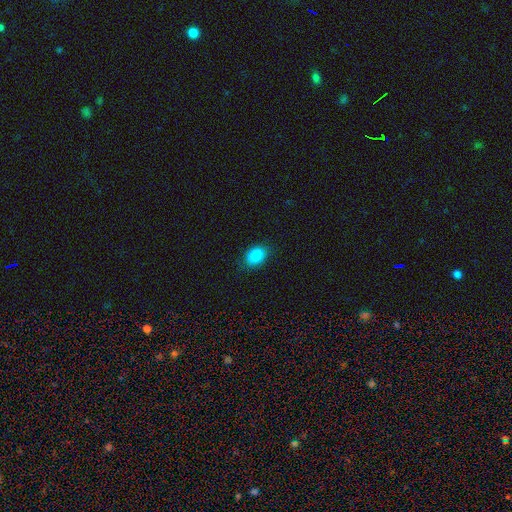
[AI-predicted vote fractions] This appears to be a smooth galaxy with no disk features (88%) that is in between round and cigar-shaped (77%). Merging: none (82%).